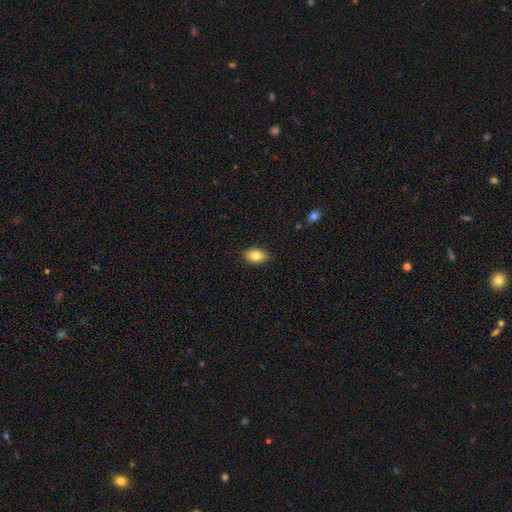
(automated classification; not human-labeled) Smooth or featured? Predicted: smooth (p=0.83). How rounded? Predicted: in between (p=0.88). Merging? Predicted: none (p=0.88).